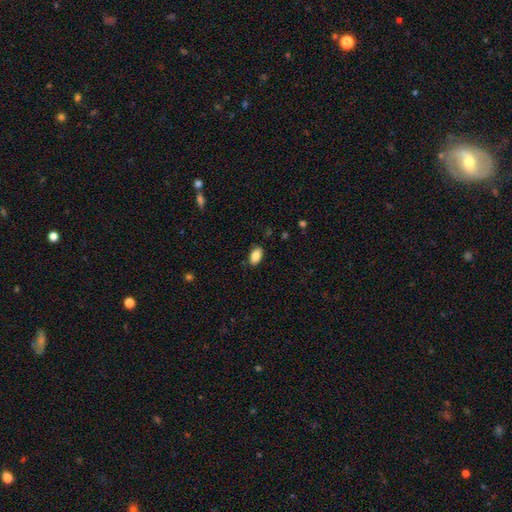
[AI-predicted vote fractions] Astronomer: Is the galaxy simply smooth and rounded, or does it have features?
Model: smooth — 87%.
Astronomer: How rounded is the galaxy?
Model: in between — 92%.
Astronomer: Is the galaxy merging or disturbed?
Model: none — 86%.